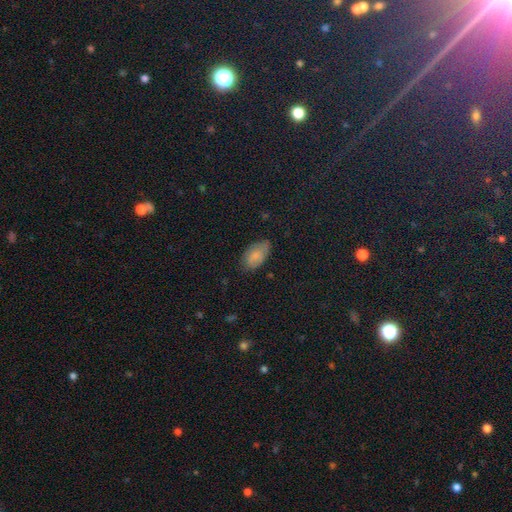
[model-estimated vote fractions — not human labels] smooth_or_featured: smooth (p=0.79) [alt: featured or disk p=0.12]
how_rounded: in between (p=0.94) [alt: round p=0.05]
merging: none (p=0.69) [alt: minor disturbance p=0.25]